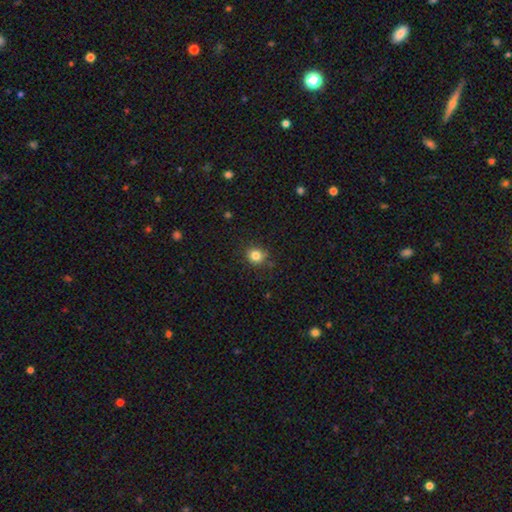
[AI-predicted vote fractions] Morphology: type=smooth (83%); roundness=round (85%); merging=none (82%).